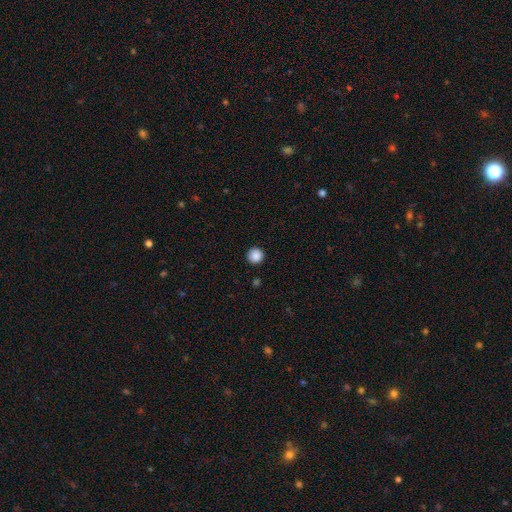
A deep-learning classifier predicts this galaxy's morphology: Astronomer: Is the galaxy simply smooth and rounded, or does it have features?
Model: smooth — 88%.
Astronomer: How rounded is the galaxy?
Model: round — 96%.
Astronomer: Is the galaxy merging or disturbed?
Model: none — 93%.